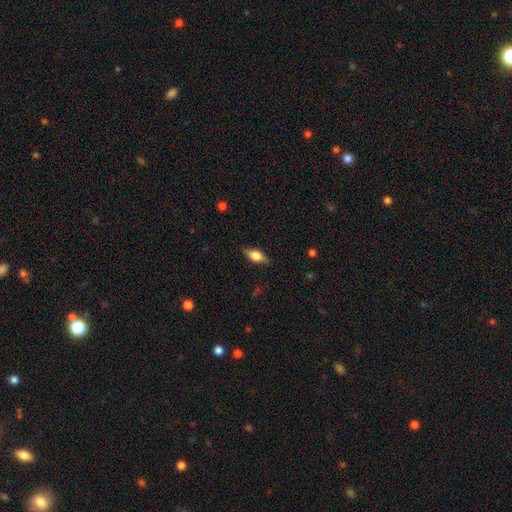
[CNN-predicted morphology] featured or disk 47%, smooth 45%, star or artifact 8%. Down the decision tree: merging — none (83%).